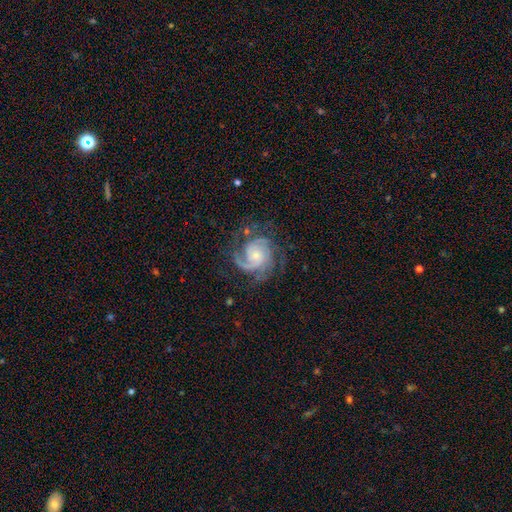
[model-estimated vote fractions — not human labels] Smooth or featured: featured or disk — 89% (smooth — 6%)
Edge-on disk: no — 98% (yes — 2%)
Bar: no — 70% (weak — 26%)
Spiral arms: yes — 98% (no — 2%)
Spiral winding: tight — 51% (medium — 39%)
Spiral arm count: 3 — 32% (tied with 2 — 32%)
Bulge size: small — 56% (moderate — 32%)
Merging: none — 69% (minor disturbance — 17%)